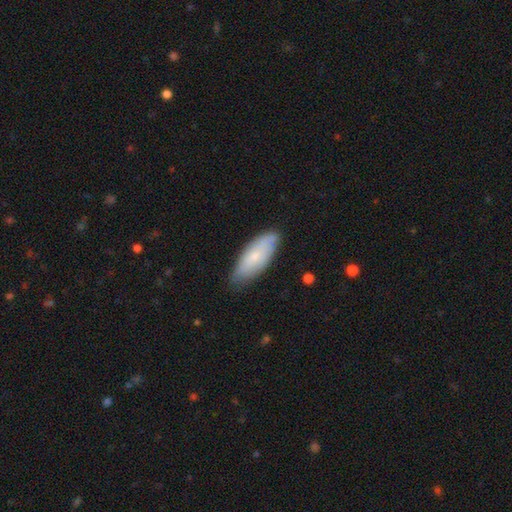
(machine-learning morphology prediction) Smooth or featured? smooth (64%)
How rounded? in between (73%)
Merging? none (74%)